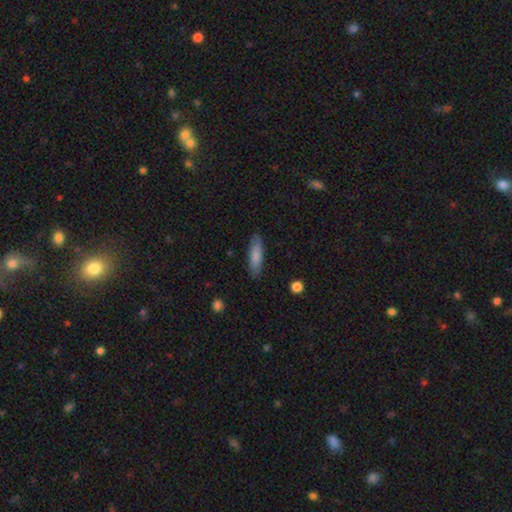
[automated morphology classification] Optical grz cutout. It shows a smooth galaxy with no disk features (82%) that is cigar-shaped (60%). Merging: none (87%).